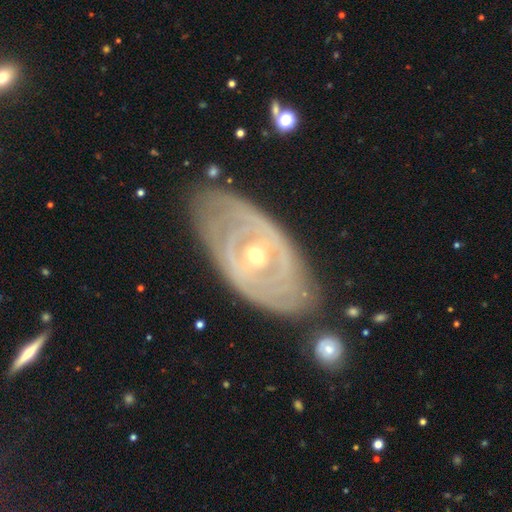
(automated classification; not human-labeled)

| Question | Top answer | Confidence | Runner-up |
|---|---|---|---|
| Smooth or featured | featured or disk | 86% | smooth (9%) |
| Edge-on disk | no | 92% | yes (8%) |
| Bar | no | 58% | weak (28%) |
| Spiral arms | yes | 80% | no (20%) |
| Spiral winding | tight | 78% | medium (17%) |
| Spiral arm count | can't tell | 47% | 2 (27%) |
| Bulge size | moderate | 54% | small (43%) |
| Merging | none | 75% | minor disturbance (17%) |